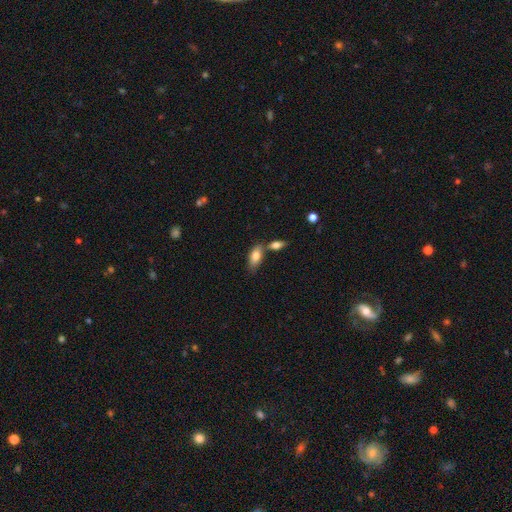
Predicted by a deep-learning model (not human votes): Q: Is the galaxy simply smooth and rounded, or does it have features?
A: smooth — 80%.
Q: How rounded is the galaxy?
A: in between — 86%.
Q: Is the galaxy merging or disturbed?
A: none — 55%.